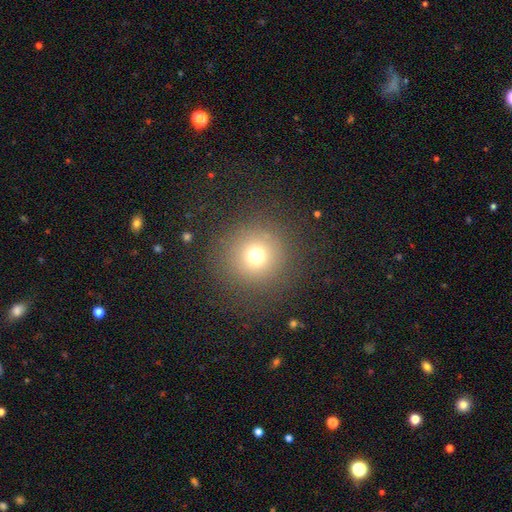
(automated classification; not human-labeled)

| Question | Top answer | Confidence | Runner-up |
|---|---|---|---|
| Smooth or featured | smooth | 71% | star or artifact (19%) |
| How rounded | round | 95% | in between (4%) |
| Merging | none | 87% | minor disturbance (7%) |